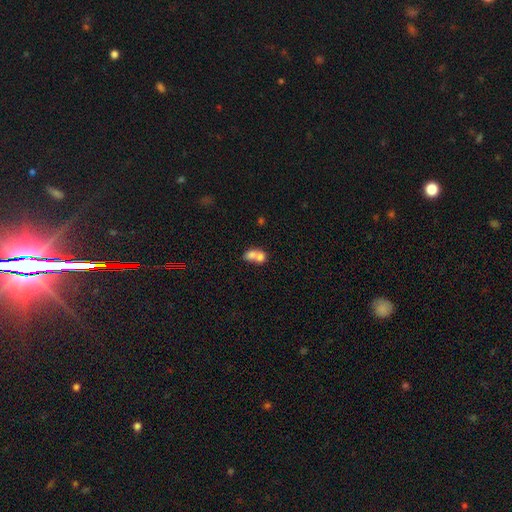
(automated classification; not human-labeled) smooth 72%, featured or disk 19%, star or artifact 9%. Down the decision tree: how rounded — in between (52%); merging — merger (74%).